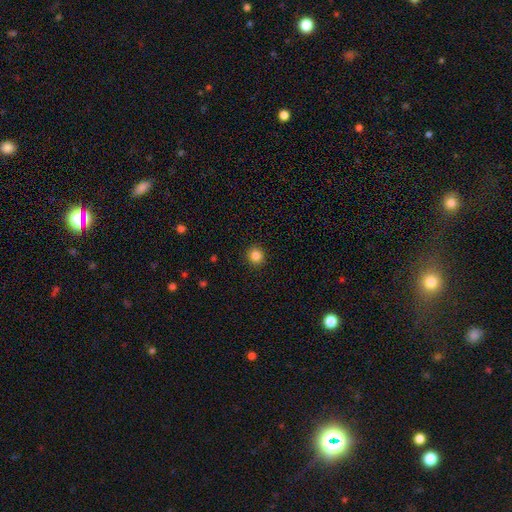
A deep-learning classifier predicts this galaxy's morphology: A smooth galaxy with no disk features (85%) that is round (91%). Merging: none (92%).